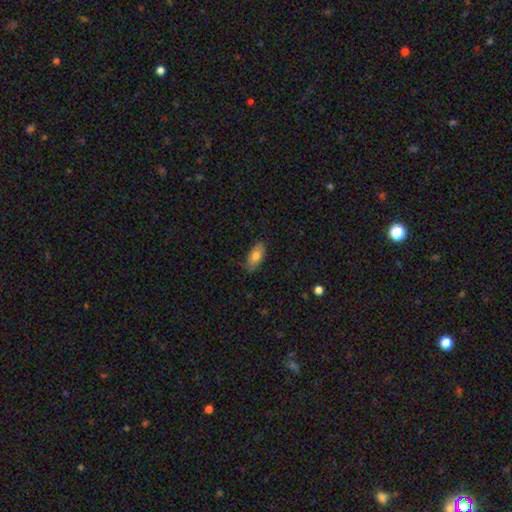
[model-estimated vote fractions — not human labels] A smooth galaxy with no disk features (76%) that is in between round and cigar-shaped (90%). Merging: none (75%).